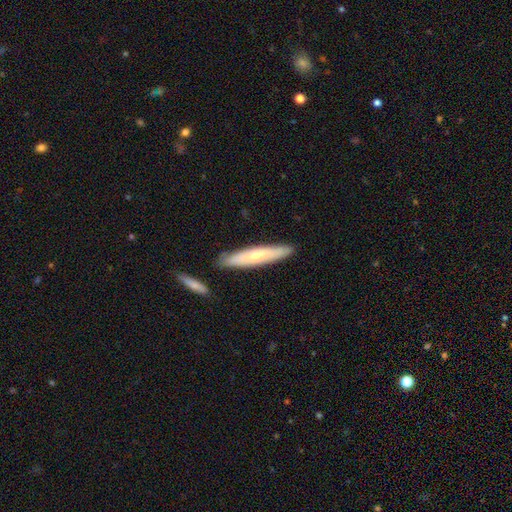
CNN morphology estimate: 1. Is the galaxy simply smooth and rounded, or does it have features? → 53% smooth, 41% featured or disk, 6% star or artifact.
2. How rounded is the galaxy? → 88% cigar-shaped, 10% in between, 1% round.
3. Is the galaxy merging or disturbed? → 85% none, 10% minor disturbance, 3% merger, 2% major disturbance.